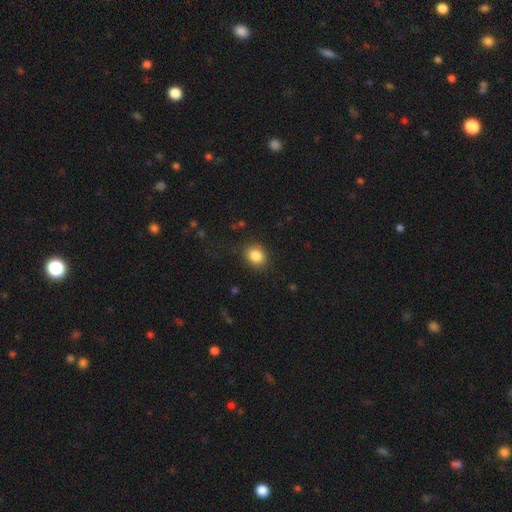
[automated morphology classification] Smooth or featured? smooth (86%)
How rounded? round (59%)
Merging? none (84%)